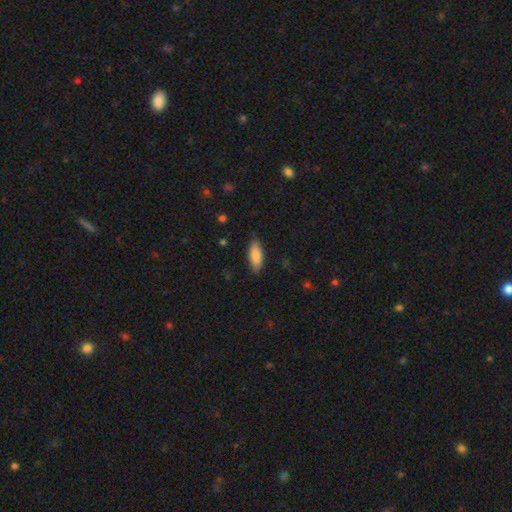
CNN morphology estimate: Smooth or featured? Predicted: smooth (p=0.87). How rounded? Predicted: in between (p=0.73). Merging? Predicted: none (p=0.84).